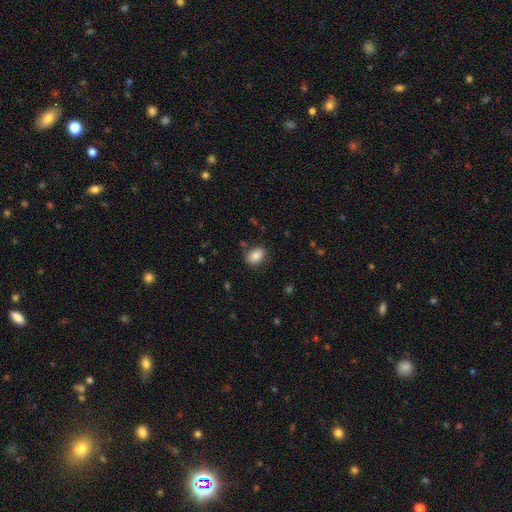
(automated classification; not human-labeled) Overall: smooth (84%). How rounded: in between (74%). Merging: none (82%).